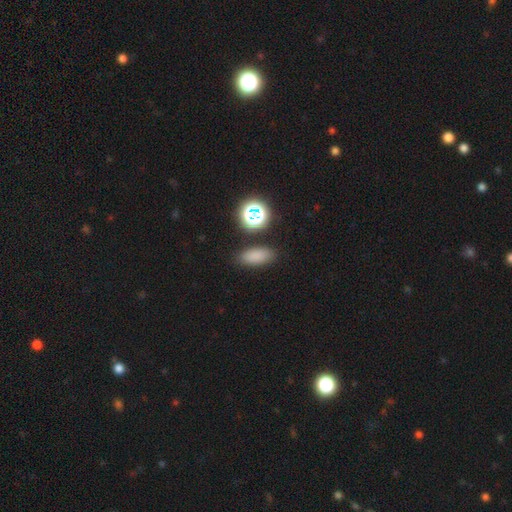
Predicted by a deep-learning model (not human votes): Smooth or featured: smooth — 78% (star or artifact — 16%)
How rounded: in between — 79% (cigar-shaped — 14%)
Merging: none — 85% (minor disturbance — 9%)